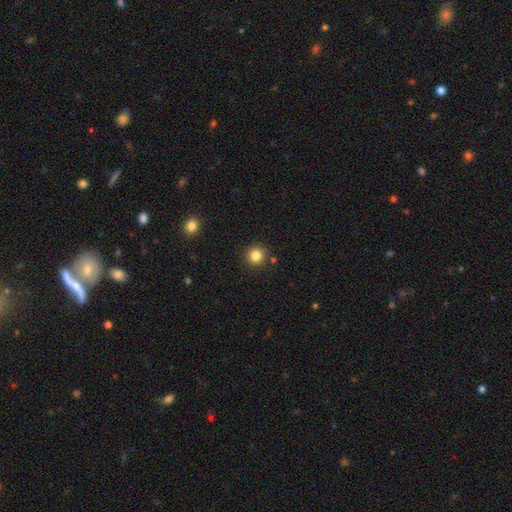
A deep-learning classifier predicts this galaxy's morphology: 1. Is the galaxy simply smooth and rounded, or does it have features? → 84% smooth, 11% star or artifact, 5% featured or disk.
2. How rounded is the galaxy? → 92% round, 7% in between, 1% cigar-shaped.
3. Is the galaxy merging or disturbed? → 86% none, 8% minor disturbance, 4% merger, 2% major disturbance.